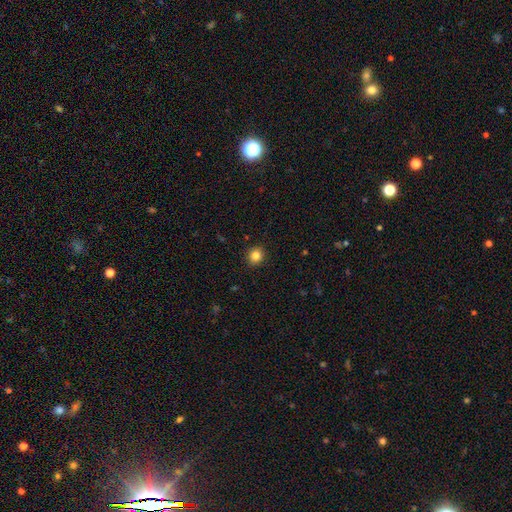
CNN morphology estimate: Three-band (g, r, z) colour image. It shows a smooth galaxy with no disk features (84%) that is round (86%). Merging: none (92%).